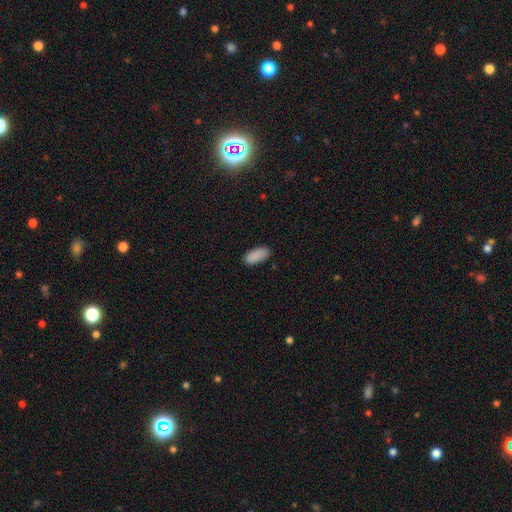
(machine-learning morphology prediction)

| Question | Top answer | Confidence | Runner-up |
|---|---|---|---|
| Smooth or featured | smooth | 90% | star or artifact (7%) |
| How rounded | in between | 89% | cigar-shaped (9%) |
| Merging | none | 85% | minor disturbance (11%) |